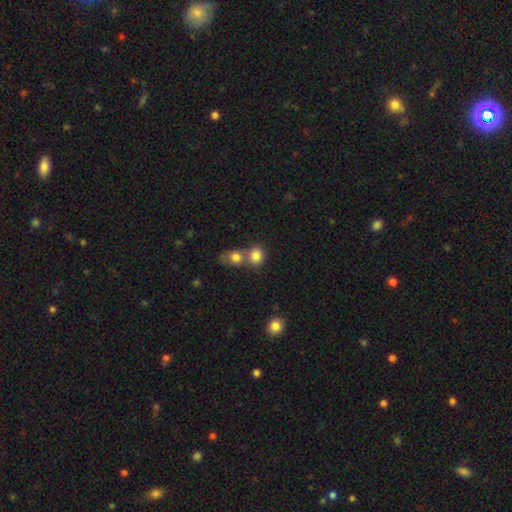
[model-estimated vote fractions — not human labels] smooth-or-featured: smooth: 82% | star or artifact: 10% | featured or disk: 8%
  how-rounded: round: 64% | in between: 34% | cigar-shaped: 1%
  merging: merger: 53% | none: 37% | minor disturbance: 8% | major disturbance: 3%